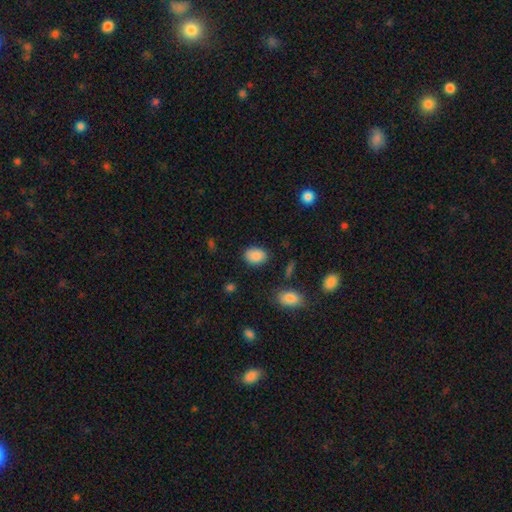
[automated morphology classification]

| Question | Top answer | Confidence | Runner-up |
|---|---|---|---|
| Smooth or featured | smooth | 87% | star or artifact (8%) |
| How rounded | in between | 76% | round (23%) |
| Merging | none | 84% | minor disturbance (11%) |